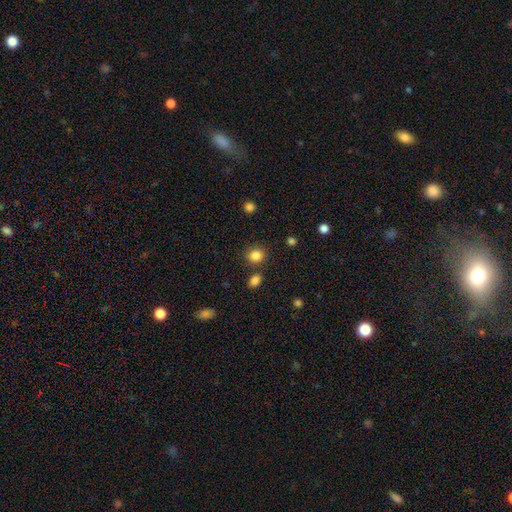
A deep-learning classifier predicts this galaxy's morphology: Overall: smooth (85%). How rounded: round (75%). Merging: none (78%).